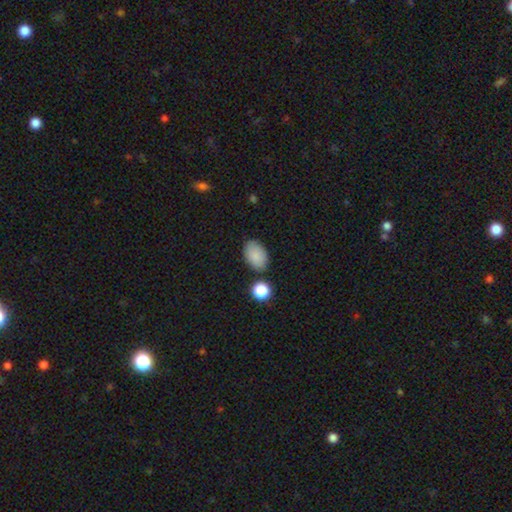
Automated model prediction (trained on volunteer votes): Smooth or featured? smooth (86%)
How rounded? in between (90%)
Merging? none (78%)